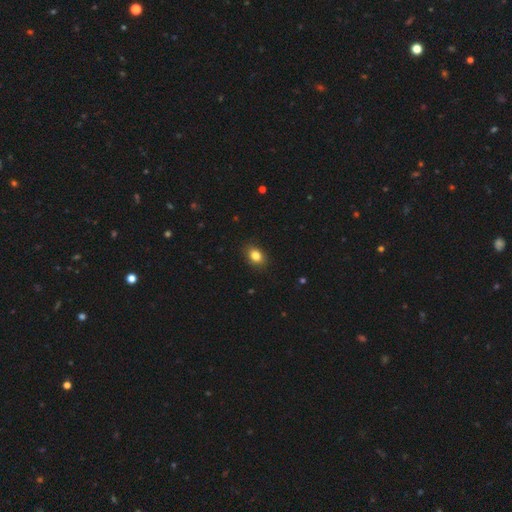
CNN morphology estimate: The model was most divided on "how rounded": in between: 71%, round: 28%, cigar-shaped: 1%. More confident: merging — none (87%); smooth or featured — smooth (84%).